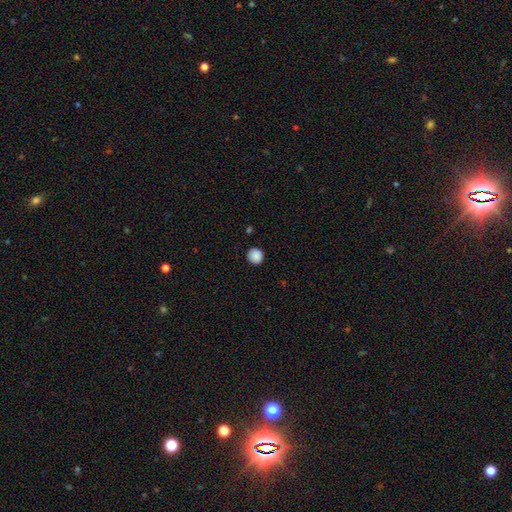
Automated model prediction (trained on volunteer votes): This appears to be a smooth galaxy with no disk features (88%) that is round (93%). Merging: none (90%).